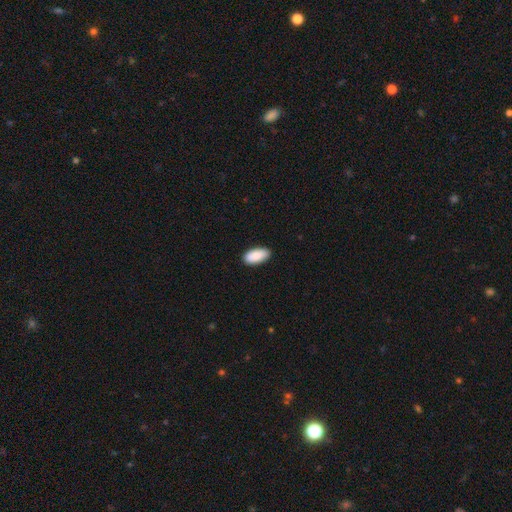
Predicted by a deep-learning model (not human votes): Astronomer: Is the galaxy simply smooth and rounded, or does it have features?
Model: smooth — 88%.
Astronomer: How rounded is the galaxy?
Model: in between — 93%.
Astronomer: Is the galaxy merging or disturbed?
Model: none — 88%.